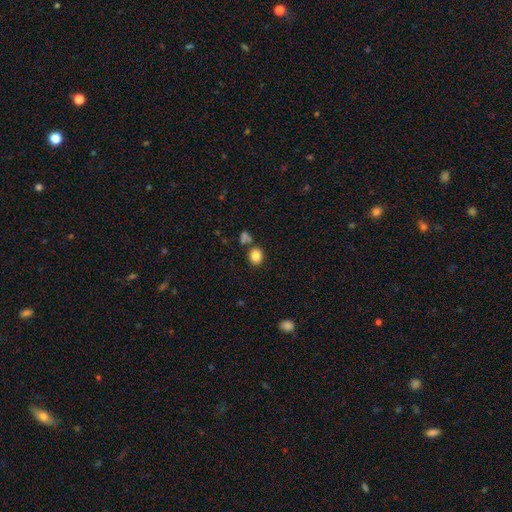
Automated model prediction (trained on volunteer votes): Q: Smooth or featured?
A: smooth (84%); runner-up: star or artifact (10%)
Q: How rounded?
A: round (61%); runner-up: in between (38%)
Q: Merging?
A: none (73%); runner-up: merger (13%)